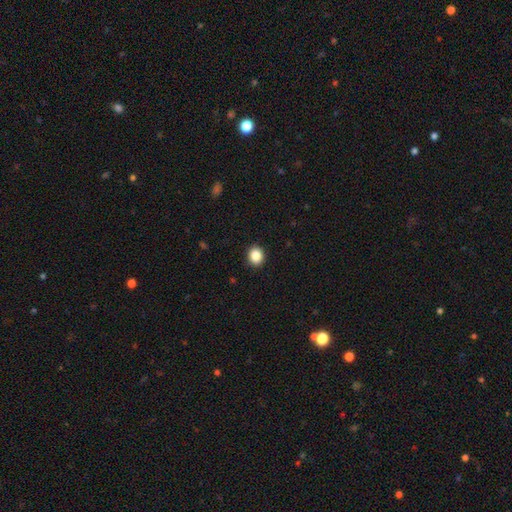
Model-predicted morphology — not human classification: Smooth or featured?
  - smooth: 87% *
  - star or artifact: 10%
  - featured or disk: 4%
How rounded?
  - round: 71% *
  - in between: 28%
  - cigar-shaped: 1%
Merging?
  - none: 91% *
  - minor disturbance: 6%
  - major disturbance: 2%
  - merger: 1%